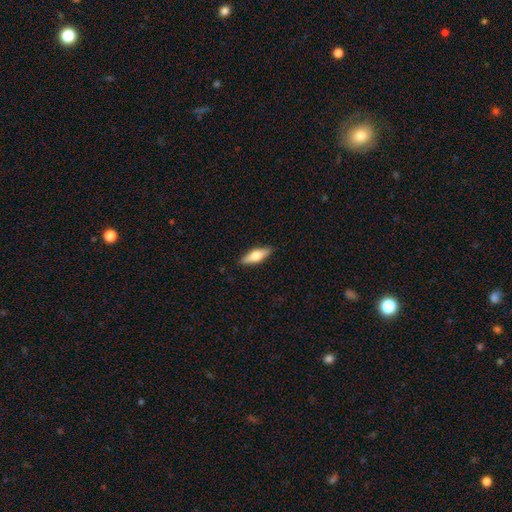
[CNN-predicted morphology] Smooth or featured? Predicted: smooth (p=0.51). How rounded? Predicted: in between (p=0.50). Merging? Predicted: none (p=0.88).